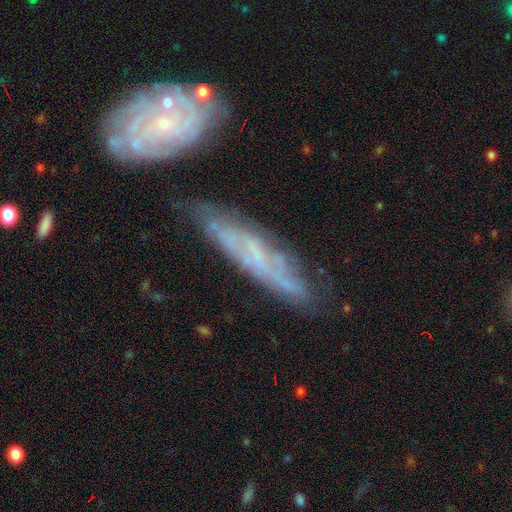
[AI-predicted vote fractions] featured or disk 66%, smooth 25%, star or artifact 8%. Down the decision tree: edge-on disk — no (66%); merging — none (56%).